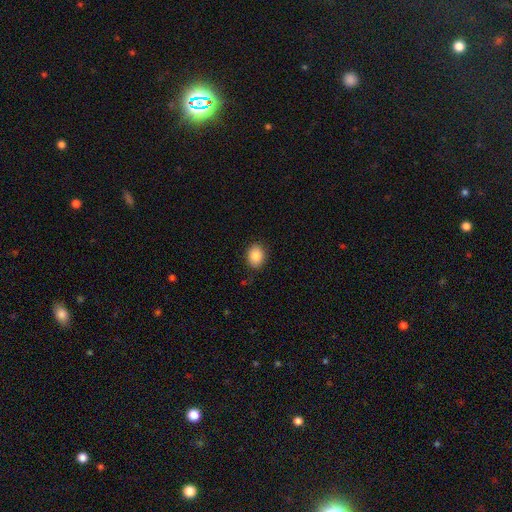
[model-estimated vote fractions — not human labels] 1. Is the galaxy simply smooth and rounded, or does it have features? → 87% smooth, 8% star or artifact, 5% featured or disk.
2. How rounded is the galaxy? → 52% in between, 47% round, 1% cigar-shaped.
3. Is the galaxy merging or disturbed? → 86% none, 11% minor disturbance, 2% major disturbance, 1% merger.